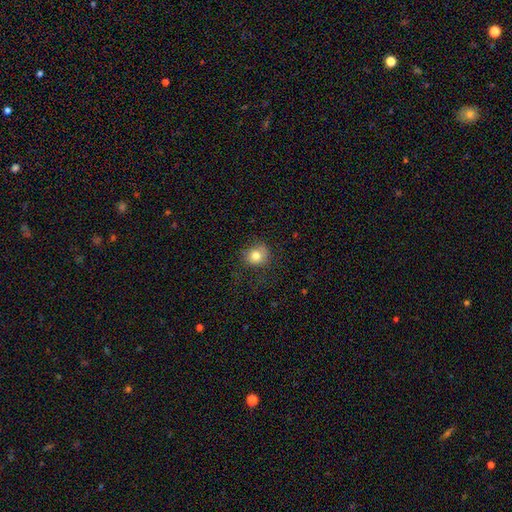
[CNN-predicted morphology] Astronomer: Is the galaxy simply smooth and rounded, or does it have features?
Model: smooth — 79%.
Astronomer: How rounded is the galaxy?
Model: round — 79%.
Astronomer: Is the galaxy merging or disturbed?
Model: none — 72%.